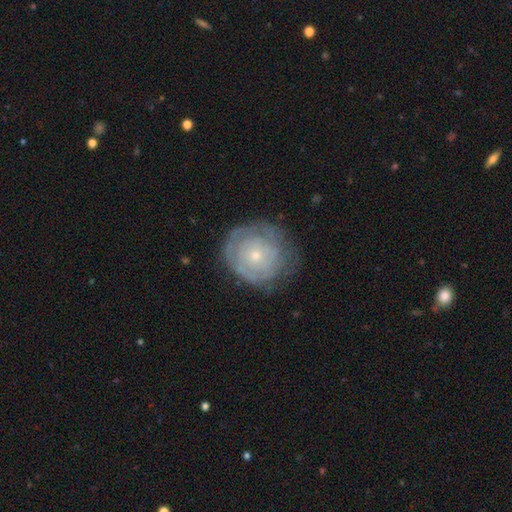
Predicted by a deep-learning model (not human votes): A featured or disk galaxy (66%) with no bar (86%), spiral arms (73%) and a small central bulge (72%).

Vote fractions:
- Smooth or featured? featured or disk: 66% / smooth: 27% / star or artifact: 6%
- Edge-on disk? no: 97% / yes: 3%
- Bar? no: 86% / weak: 11% / strong: 2%
- Spiral arms? yes: 73% / no: 27%
- Bulge size? small: 72% / moderate: 25% / large: 1% / none: 1% / dominant: 1%
- Merging? none: 67% / minor disturbance: 22% / major disturbance: 10% / merger: 1%